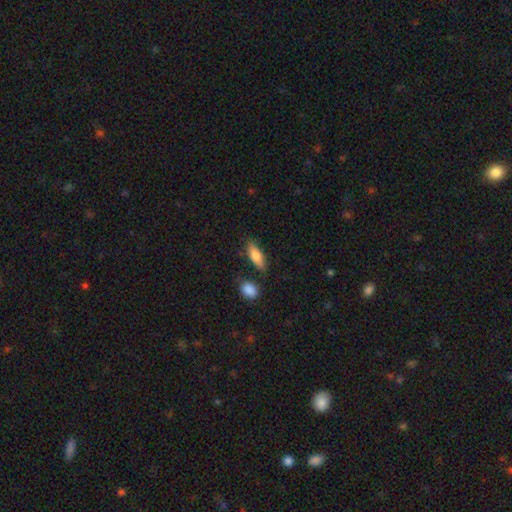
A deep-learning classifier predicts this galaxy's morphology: This is likely a smooth galaxy (79%). How rounded: likely in between (65%). Merging: likely none (75%).